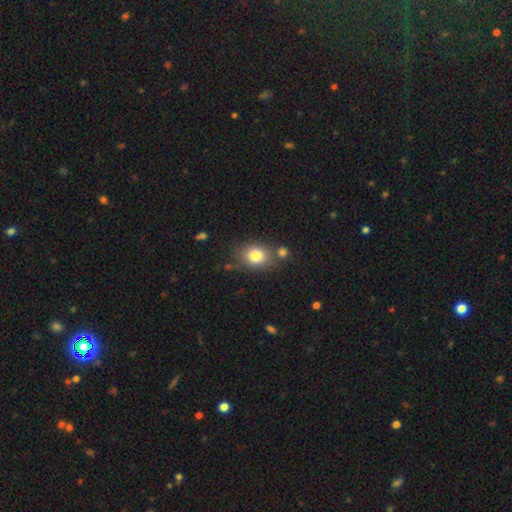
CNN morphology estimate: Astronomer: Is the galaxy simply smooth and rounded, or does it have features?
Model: smooth — 80%.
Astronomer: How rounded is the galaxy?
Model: round — 52% (runner-up: in between, 47%).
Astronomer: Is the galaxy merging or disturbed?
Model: none — 69%.